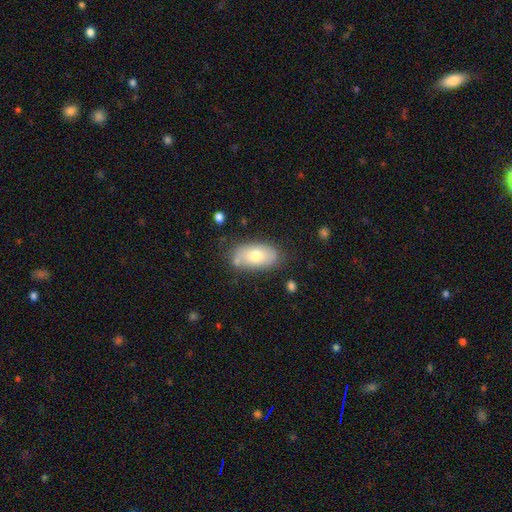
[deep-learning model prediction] smooth-or-featured: smooth: 67% | featured or disk: 26% | star or artifact: 7%
  how-rounded: in between: 92% | round: 5% | cigar-shaped: 3%
  merging: none: 73% | minor disturbance: 18% | merger: 5% | major disturbance: 4%